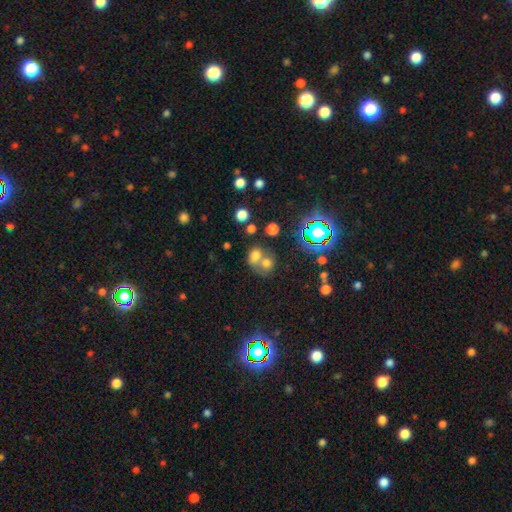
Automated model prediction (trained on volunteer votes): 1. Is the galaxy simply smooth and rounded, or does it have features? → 66% smooth, 19% star or artifact, 15% featured or disk.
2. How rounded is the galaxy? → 57% round, 42% in between, 1% cigar-shaped.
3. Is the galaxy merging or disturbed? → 59% merger, 30% none, 7% minor disturbance, 4% major disturbance.